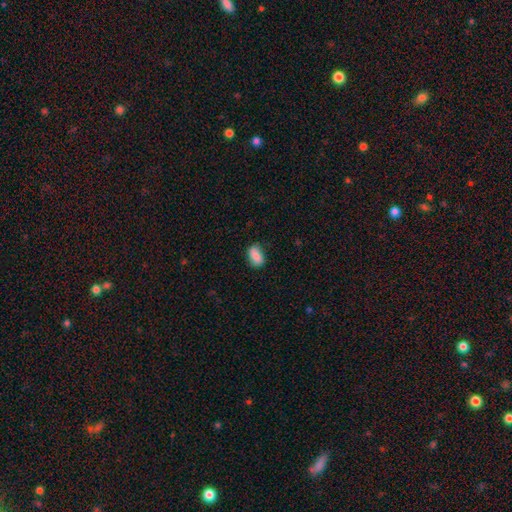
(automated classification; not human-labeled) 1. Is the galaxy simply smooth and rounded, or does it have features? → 85% smooth, 8% featured or disk, 7% star or artifact.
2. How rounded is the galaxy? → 89% in between, 8% round, 3% cigar-shaped.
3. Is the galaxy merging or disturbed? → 73% none, 21% minor disturbance, 4% major disturbance, 2% merger.